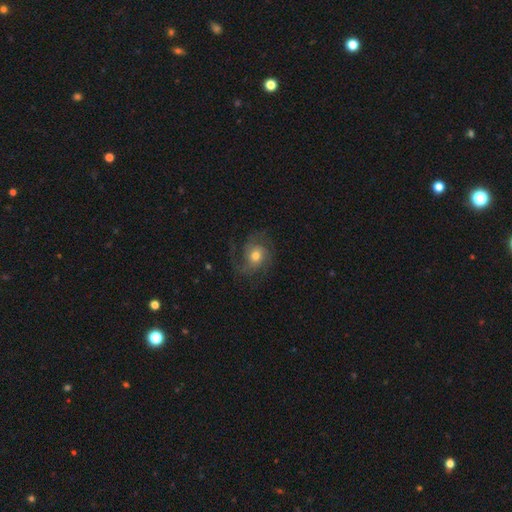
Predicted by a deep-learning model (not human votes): This appears to be a featured or disk galaxy (71%) with no bar (75%), 3 (38%) medium (48%) spiral arms (92%) and a moderate central bulge (69%). Merging: none (66%).